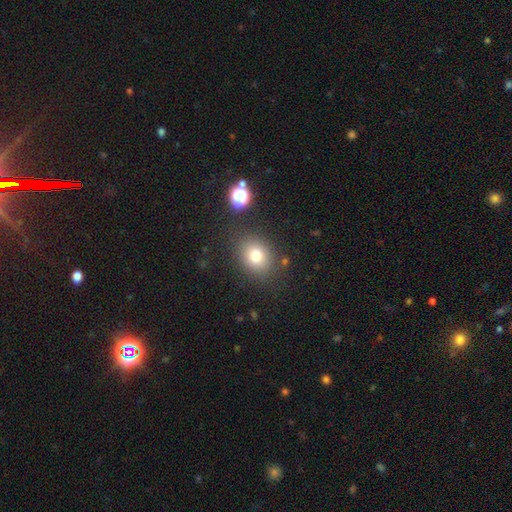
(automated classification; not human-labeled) Smooth or featured? Predicted: smooth (p=0.77). How rounded? Predicted: round (p=0.57). Merging? Predicted: none (p=0.81).